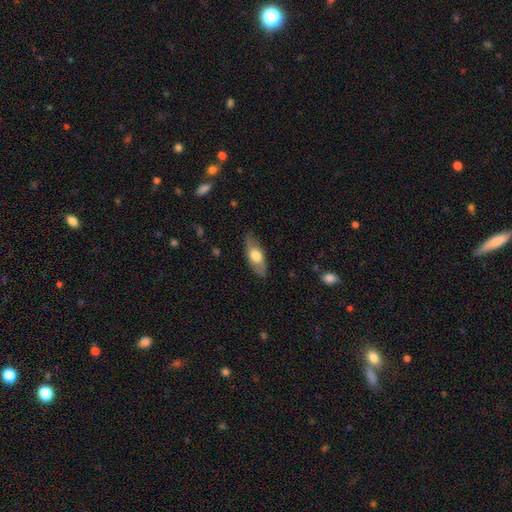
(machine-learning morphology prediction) smooth_or_featured: smooth (p=0.59) [alt: featured or disk p=0.35]
how_rounded: in between (p=0.76) [alt: cigar-shaped p=0.21]
merging: none (p=0.79) [alt: minor disturbance p=0.16]